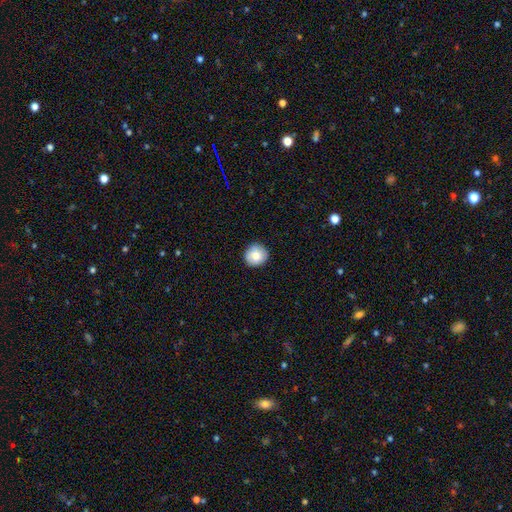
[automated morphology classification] A smooth galaxy with no disk features (81%) that is round (92%).

Vote fractions:
- Smooth or featured? smooth: 81% / featured or disk: 11% / star or artifact: 8%
- How rounded? round: 92% / in between: 7% / cigar-shaped: 1%
- Merging? none: 89% / minor disturbance: 8% / major disturbance: 2% / merger: 1%